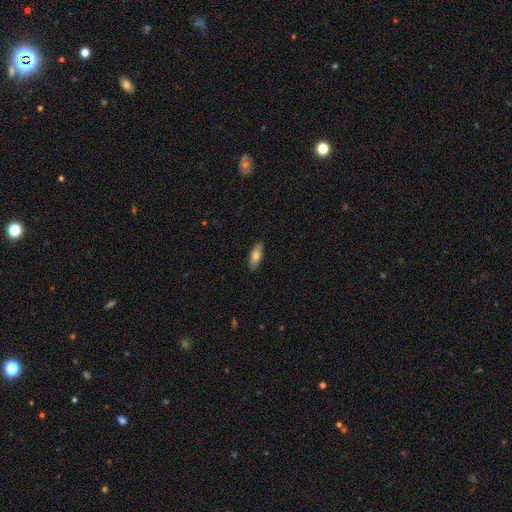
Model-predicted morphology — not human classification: Overall: smooth (74%). How rounded: in between (67%; cigar-shaped 31%). Merging: none (88%).